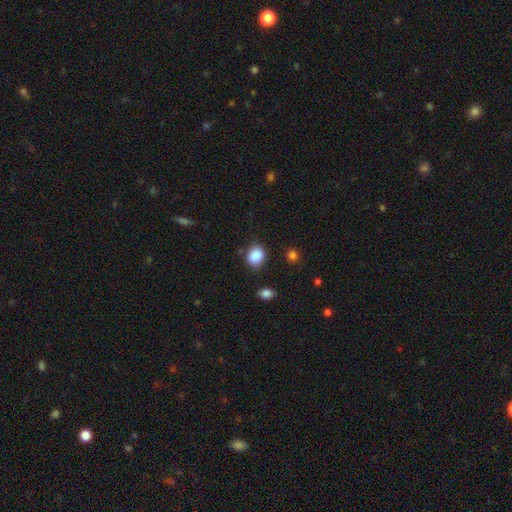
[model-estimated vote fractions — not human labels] The model was most divided on "how rounded": round: 54%, in between: 45%, cigar-shaped: 1%. More confident: smooth or featured — smooth (87%); merging — none (76%).